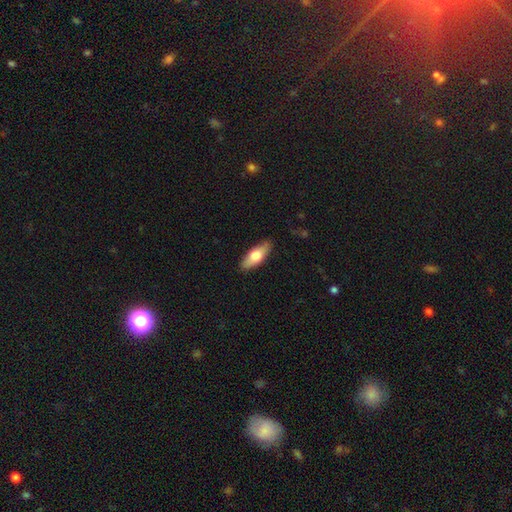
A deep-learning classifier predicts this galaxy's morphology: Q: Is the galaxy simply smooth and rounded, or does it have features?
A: smooth — 66%.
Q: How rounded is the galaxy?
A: in between — 71%.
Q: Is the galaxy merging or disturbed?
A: none — 87%.